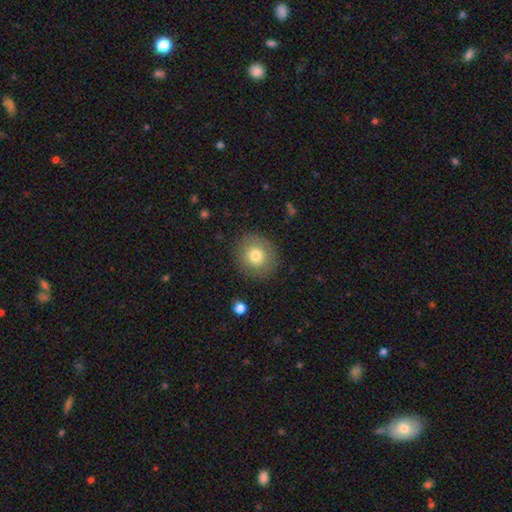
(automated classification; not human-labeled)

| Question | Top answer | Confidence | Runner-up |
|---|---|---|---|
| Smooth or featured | smooth | 74% | featured or disk (16%) |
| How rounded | round | 87% | in between (12%) |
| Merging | none | 86% | minor disturbance (9%) |